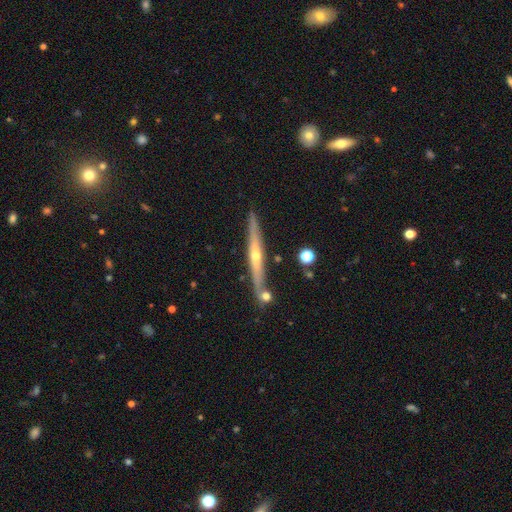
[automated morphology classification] This appears to be a featured or disk galaxy (74%) viewed edge-on (95%) with a rounded central bulge (75%). Merging: none (82%).